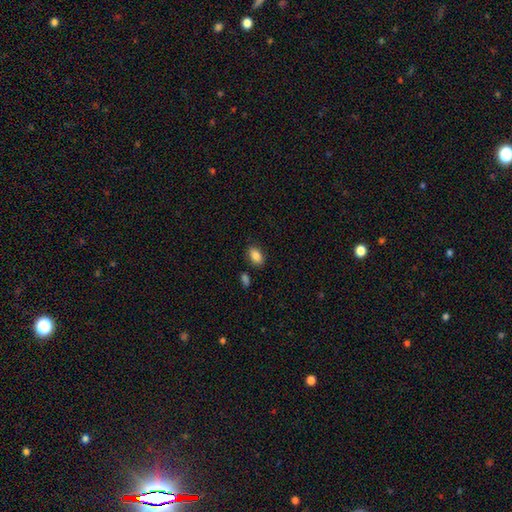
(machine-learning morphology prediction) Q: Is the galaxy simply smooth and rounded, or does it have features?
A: smooth — 86%.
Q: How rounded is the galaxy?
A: in between — 88%.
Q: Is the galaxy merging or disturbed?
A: none — 81%.